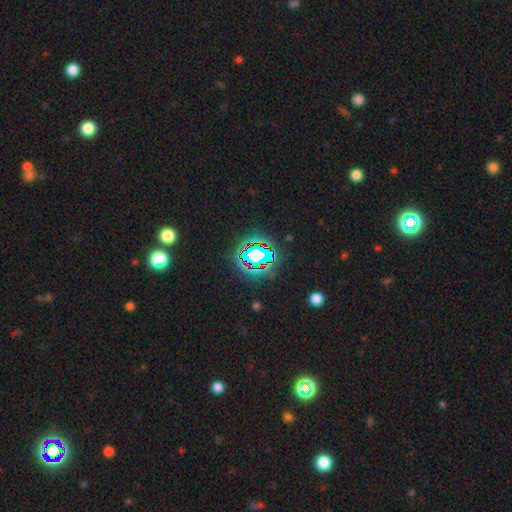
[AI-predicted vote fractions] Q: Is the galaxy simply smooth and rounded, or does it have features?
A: star or artifact — 67%.